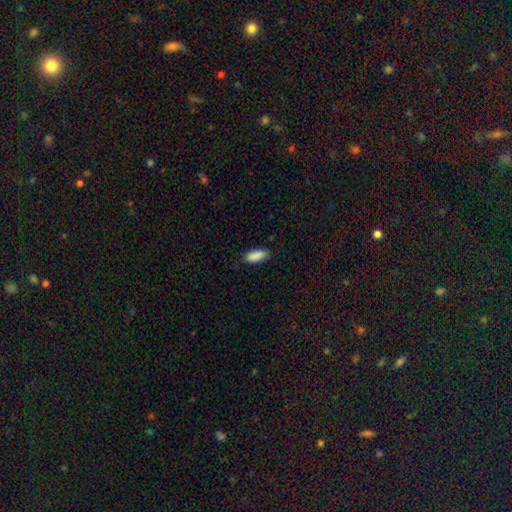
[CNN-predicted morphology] Overall: smooth (89%). How rounded: in between (72%). Merging: none (83%).